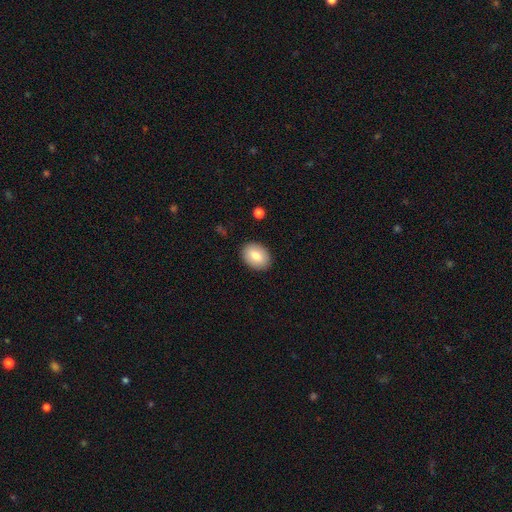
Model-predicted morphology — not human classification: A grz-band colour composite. It shows a smooth galaxy with no disk features (80%) that is in between round and cigar-shaped (72%). Merging: none (89%).